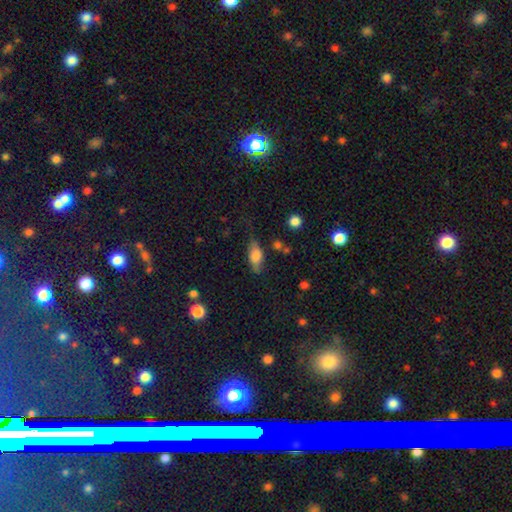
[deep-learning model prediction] A smooth galaxy with no disk features (70%) that is in between round and cigar-shaped (81%). Merging: none (62%).